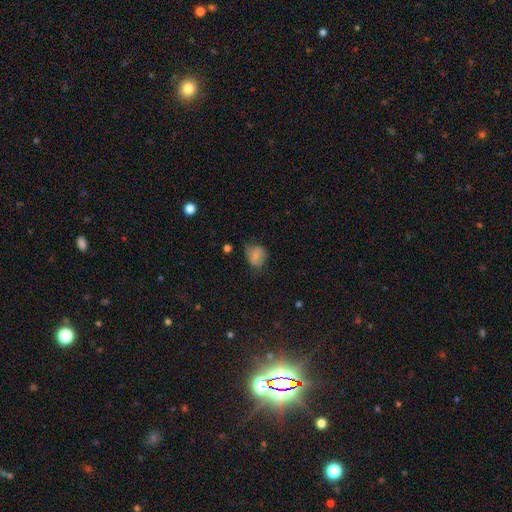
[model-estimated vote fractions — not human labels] This appears to be a smooth galaxy with no disk features (72%) that is round (62%). Merging: none (59%).